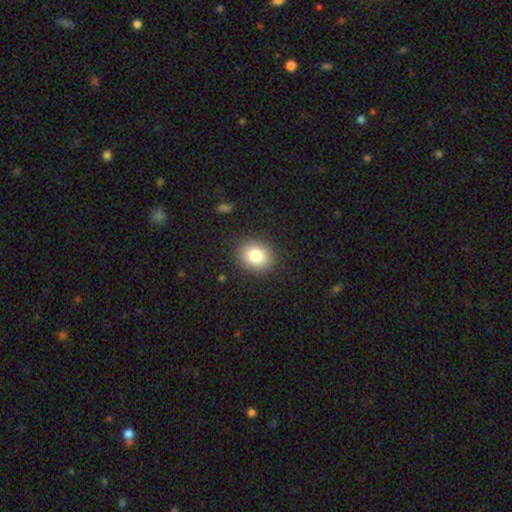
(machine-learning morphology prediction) Smooth or featured?
  - smooth: 81% *
  - star or artifact: 10%
  - featured or disk: 9%
How rounded?
  - round: 59% *
  - in between: 40%
  - cigar-shaped: 1%
Merging?
  - none: 88% *
  - minor disturbance: 8%
  - major disturbance: 3%
  - merger: 1%